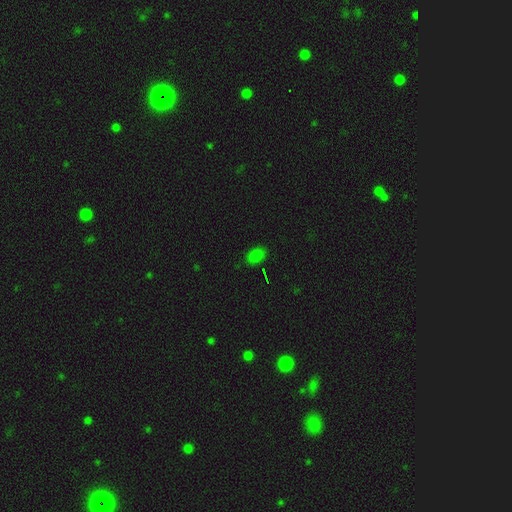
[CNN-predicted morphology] This appears to be a smooth galaxy with no disk features (79%) that is in between round and cigar-shaped (84%). Merging: none (83%).